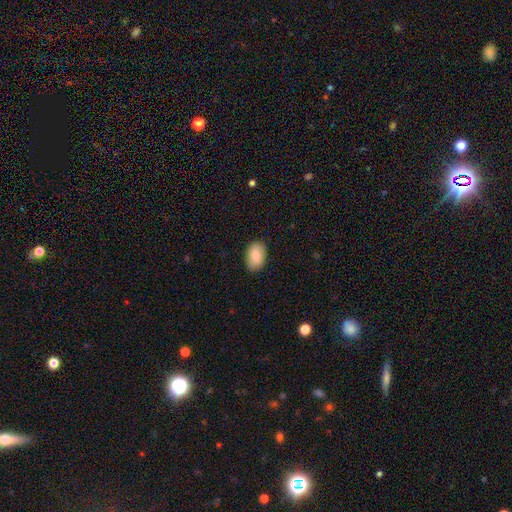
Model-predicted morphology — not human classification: Smooth or featured?
  - smooth: 84% *
  - featured or disk: 10%
  - star or artifact: 7%
How rounded?
  - in between: 89% *
  - round: 10%
  - cigar-shaped: 1%
Merging?
  - none: 87% *
  - minor disturbance: 10%
  - major disturbance: 2%
  - merger: 1%